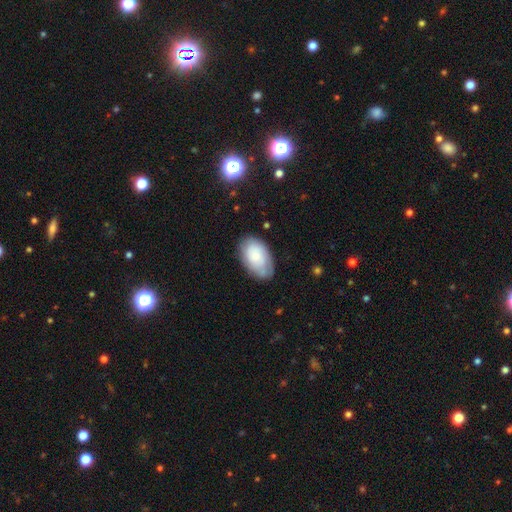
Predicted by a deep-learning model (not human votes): This appears to be a smooth galaxy with no disk features (64%) that is in between round and cigar-shaped (92%). Merging: none (70%).